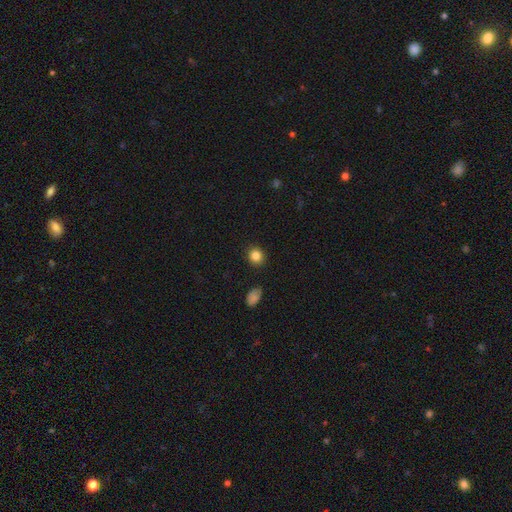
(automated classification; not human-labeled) This is clearly a smooth galaxy (84%). How rounded: clearly round (82%). Merging: clearly none (89%).